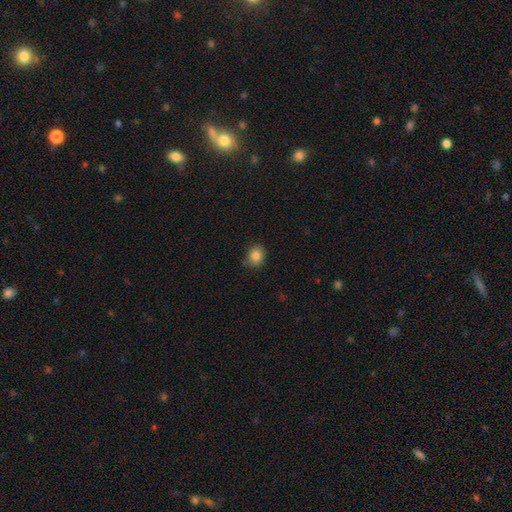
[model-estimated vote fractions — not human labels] A smooth galaxy with no disk features (85%) that is round (66%).

Vote fractions:
- Smooth or featured? smooth: 85% / star or artifact: 10% / featured or disk: 6%
- How rounded? round: 66% / in between: 33% / cigar-shaped: 1%
- Merging? none: 84% / minor disturbance: 12% / major disturbance: 2% / merger: 2%